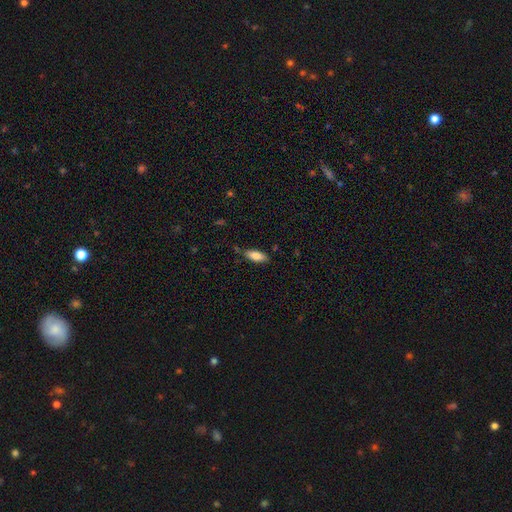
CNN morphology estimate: Overall: smooth (82%). How rounded: in between (79%). Merging: none (81%).